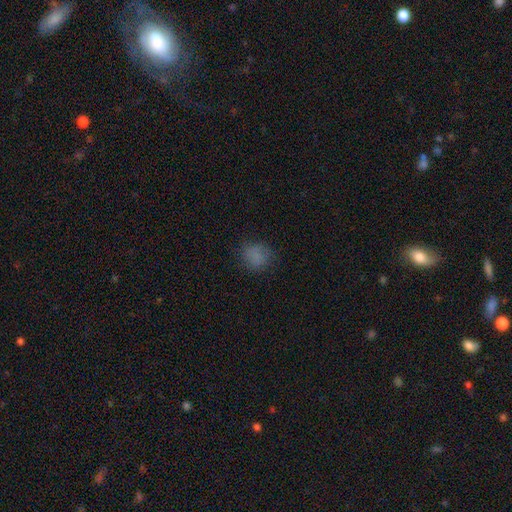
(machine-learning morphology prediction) Smooth or featured? smooth (78%)
How rounded? round (78%)
Merging? none (77%)